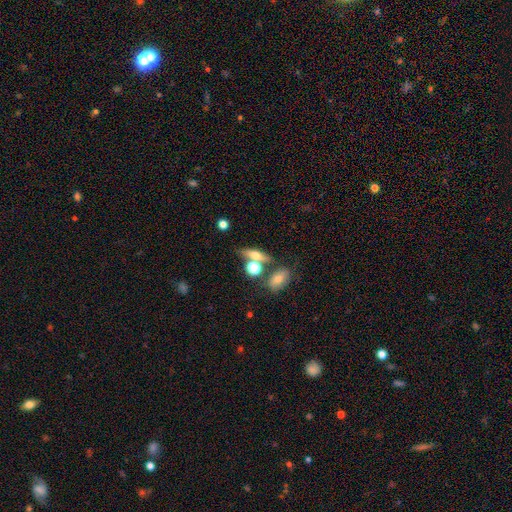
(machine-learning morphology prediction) Overall: smooth (52%; featured or disk 35%). How rounded: in between (42%; cigar-shaped 39%). Merging: none (59%; merger 24%).